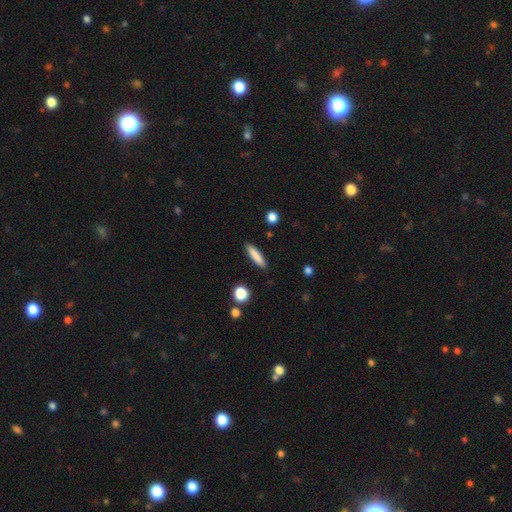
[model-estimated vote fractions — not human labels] A smooth galaxy with no disk features (83%) that is cigar-shaped (80%). Merging: none (89%).